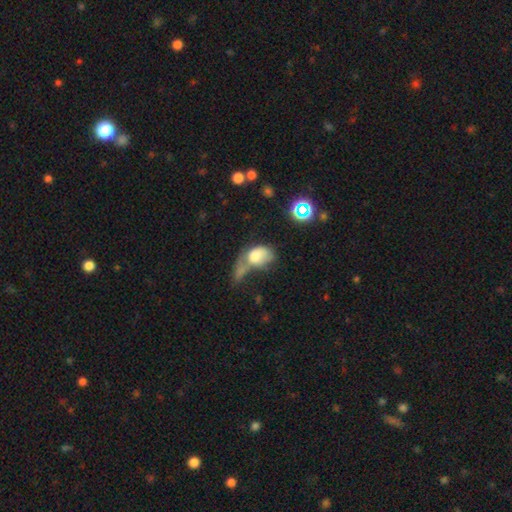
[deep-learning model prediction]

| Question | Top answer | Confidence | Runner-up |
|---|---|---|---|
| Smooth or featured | smooth | 68% | featured or disk (21%) |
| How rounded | in between | 75% | round (23%) |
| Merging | merger | 35% | major disturbance (33%) |